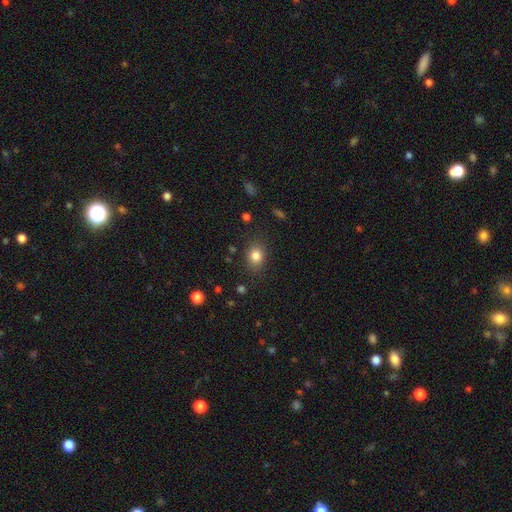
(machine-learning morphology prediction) Smooth or featured: smooth — 82% (star or artifact — 11%)
How rounded: in between — 56% (round — 43%)
Merging: none — 82% (minor disturbance — 12%)